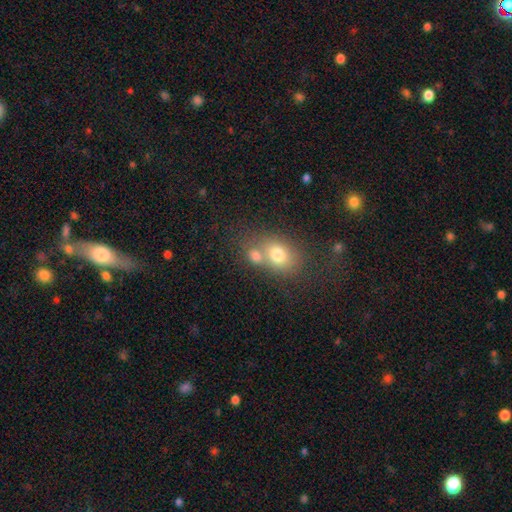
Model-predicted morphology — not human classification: The model was most divided on "merging": merger: 49%, none: 37%, minor disturbance: 9%, major disturbance: 5%. More confident: smooth or featured — smooth (74%); how rounded — in between (56%).